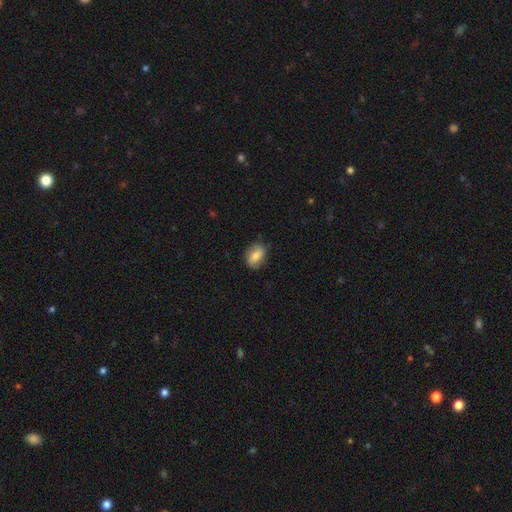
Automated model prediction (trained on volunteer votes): A smooth galaxy with no disk features (74%) that is in between round and cigar-shaped (79%).

Vote fractions:
- Smooth or featured? smooth: 74% / featured or disk: 18% / star or artifact: 7%
- How rounded? in between: 79% / round: 18% / cigar-shaped: 3%
- Merging? none: 78% / minor disturbance: 17% / major disturbance: 4% / merger: 1%